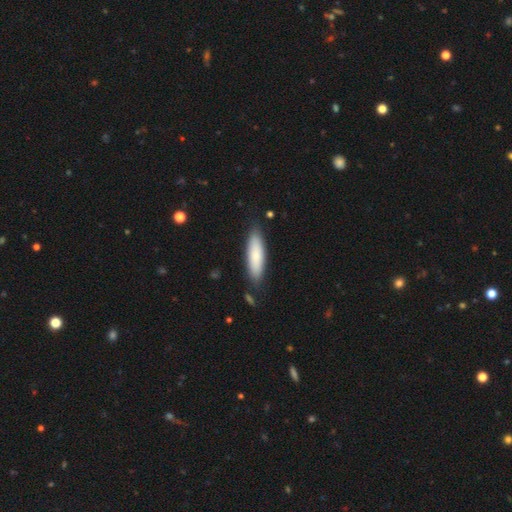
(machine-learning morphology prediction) A smooth galaxy with no disk features (80%) that is cigar-shaped (60%). Merging: none (84%).